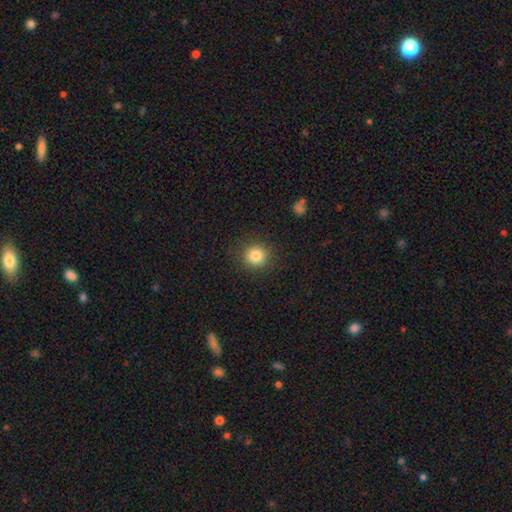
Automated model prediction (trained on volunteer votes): A smooth galaxy with no disk features (83%) that is round (91%).

Vote fractions:
- Smooth or featured? smooth: 83% / star or artifact: 11% / featured or disk: 6%
- How rounded? round: 91% / in between: 8% / cigar-shaped: 1%
- Merging? none: 89% / minor disturbance: 7% / major disturbance: 3% / merger: 1%